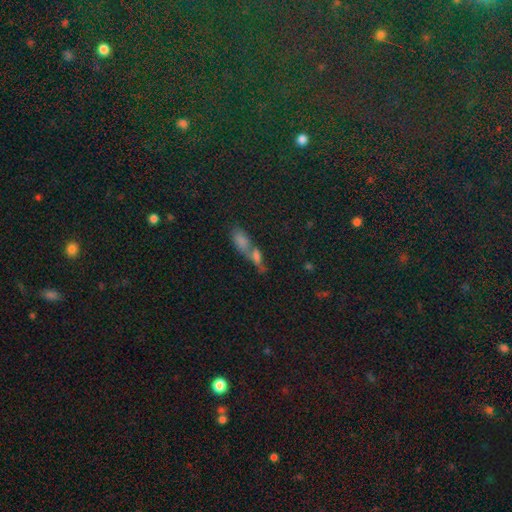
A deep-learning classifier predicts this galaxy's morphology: This appears to be a smooth galaxy with no disk features (46%). Merging: merger (45%).